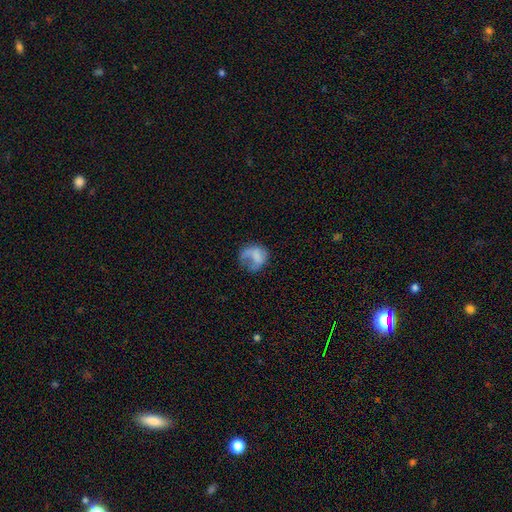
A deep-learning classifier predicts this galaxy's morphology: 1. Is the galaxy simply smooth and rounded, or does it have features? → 62% smooth, 27% featured or disk, 10% star or artifact.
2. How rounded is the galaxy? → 63% round, 36% in between, 1% cigar-shaped.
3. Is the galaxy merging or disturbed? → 39% major disturbance, 32% none, 24% minor disturbance, 4% merger.